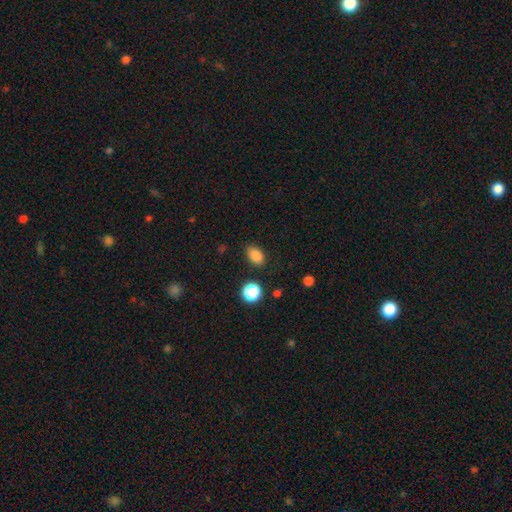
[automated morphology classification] A smooth galaxy with no disk features (84%) that is in between round and cigar-shaped (84%). Merging: none (84%).